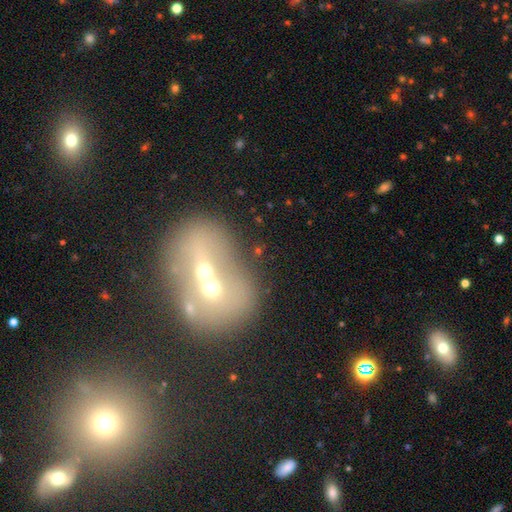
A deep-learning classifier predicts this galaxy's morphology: Smooth or featured: smooth — 43% (featured or disk — 36%)
Merging: merger — 72% (none — 18%)